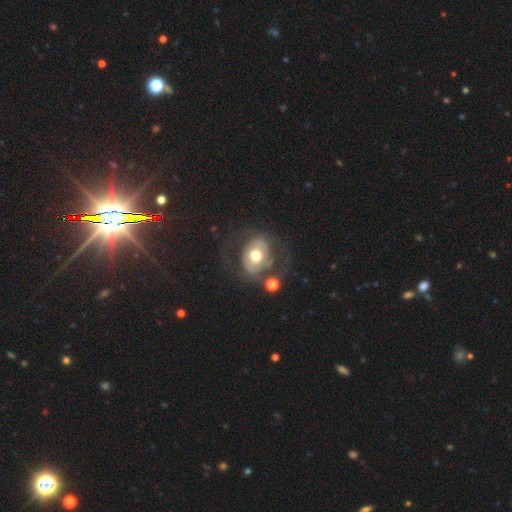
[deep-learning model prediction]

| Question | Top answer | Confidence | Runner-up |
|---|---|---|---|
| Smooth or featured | featured or disk | 61% | smooth (32%) |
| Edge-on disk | no | 96% | yes (4%) |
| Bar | no | 73% | weak (19%) |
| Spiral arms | no | 57% | yes (43%) |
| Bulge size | moderate | 62% | large (30%) |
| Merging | none | 57% | major disturbance (19%) |